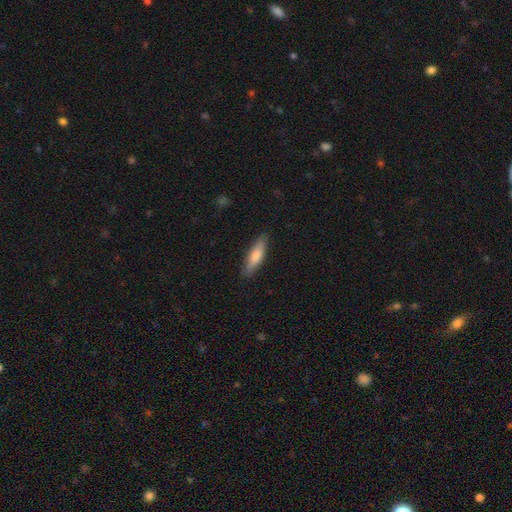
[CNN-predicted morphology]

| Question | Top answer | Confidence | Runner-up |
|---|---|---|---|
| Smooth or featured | smooth | 72% | featured or disk (23%) |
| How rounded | cigar-shaped | 71% | in between (27%) |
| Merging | none | 87% | minor disturbance (10%) |